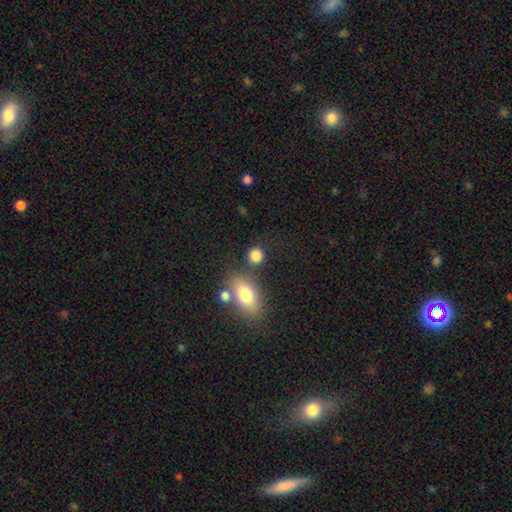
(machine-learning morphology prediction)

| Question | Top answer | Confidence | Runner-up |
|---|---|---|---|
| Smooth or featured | smooth | 84% | star or artifact (10%) |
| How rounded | round | 80% | in between (18%) |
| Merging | none | 75% | minor disturbance (11%) |